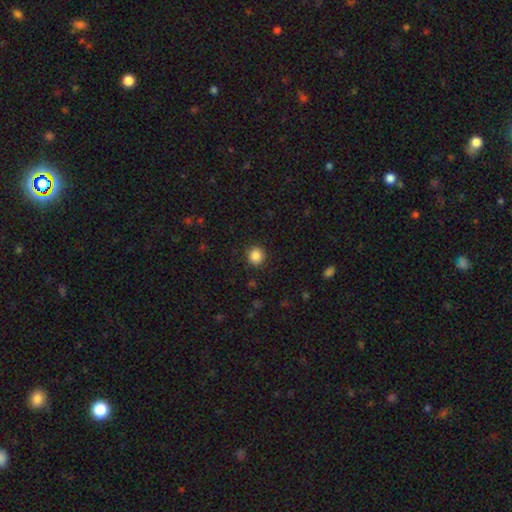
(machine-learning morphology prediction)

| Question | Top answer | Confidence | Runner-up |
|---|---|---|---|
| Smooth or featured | smooth | 87% | star or artifact (10%) |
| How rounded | round | 91% | in between (8%) |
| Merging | none | 91% | minor disturbance (6%) |